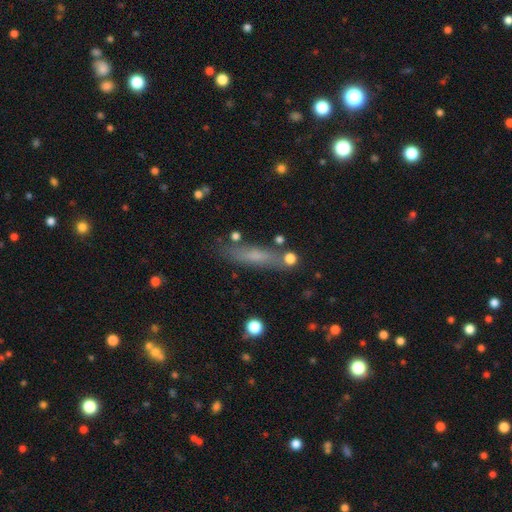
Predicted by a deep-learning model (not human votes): A smooth galaxy with no disk features (59%) that is cigar-shaped (81%). Merging: none (76%).